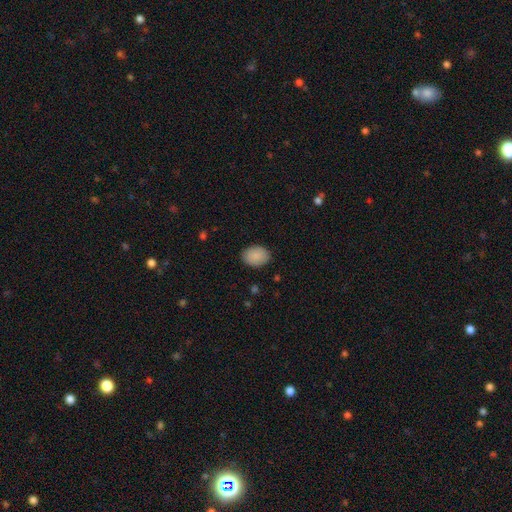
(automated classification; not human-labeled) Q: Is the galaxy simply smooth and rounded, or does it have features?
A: smooth — 90%.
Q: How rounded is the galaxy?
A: in between — 73%.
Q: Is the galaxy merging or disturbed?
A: none — 87%.